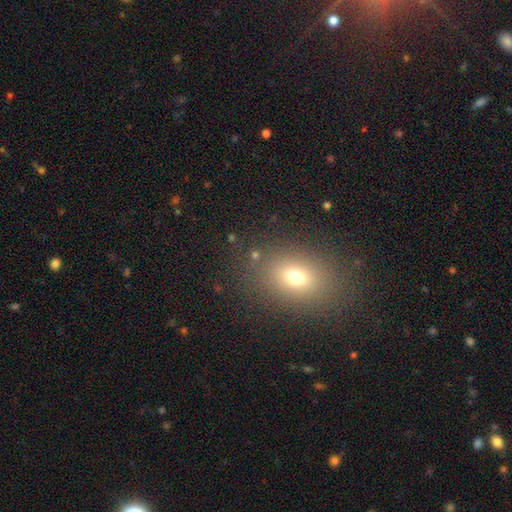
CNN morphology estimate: A smooth galaxy with no disk features (66%) that is in between round and cigar-shaped (62%). Merging: none (83%).